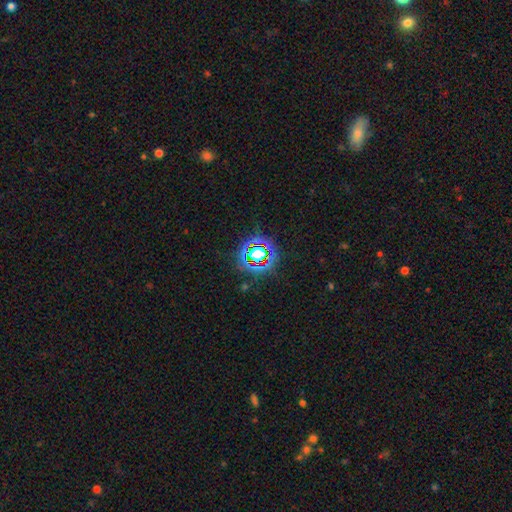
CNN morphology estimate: A star or artifact, not a galaxy (67%).